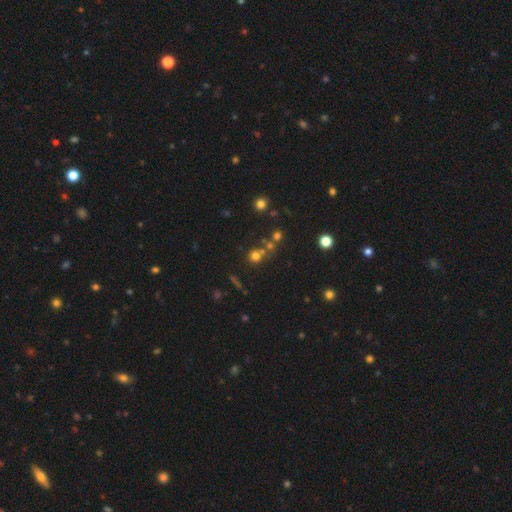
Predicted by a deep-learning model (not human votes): Smooth or featured? Predicted: smooth (p=0.66). How rounded? Predicted: round (p=0.89). Merging? Predicted: none (p=0.59).